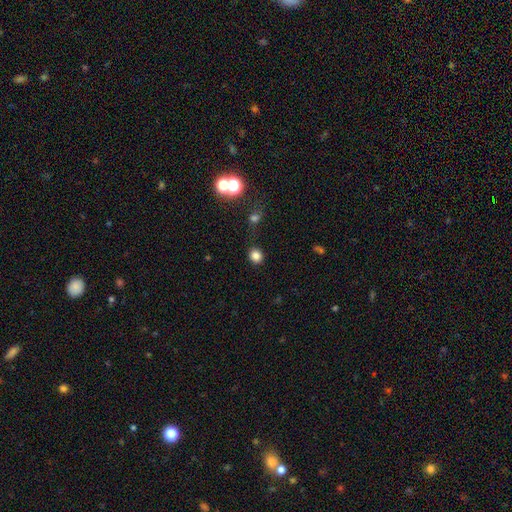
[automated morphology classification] This is clearly a smooth galaxy (81%). How rounded: clearly round (85%). Merging: clearly none (83%).